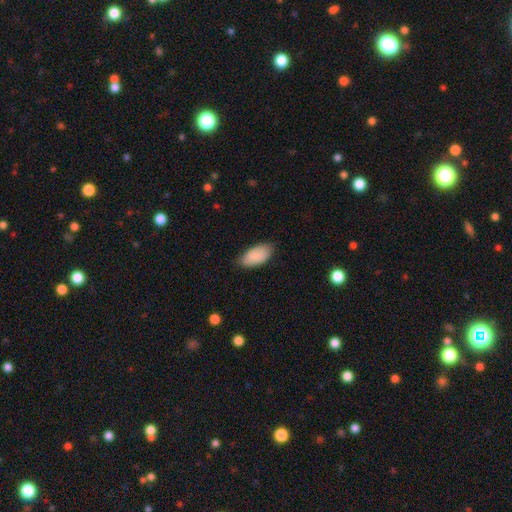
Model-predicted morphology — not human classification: Smooth or featured? Predicted: smooth (p=0.89). How rounded? Predicted: in between (p=0.94). Merging? Predicted: none (p=0.77).